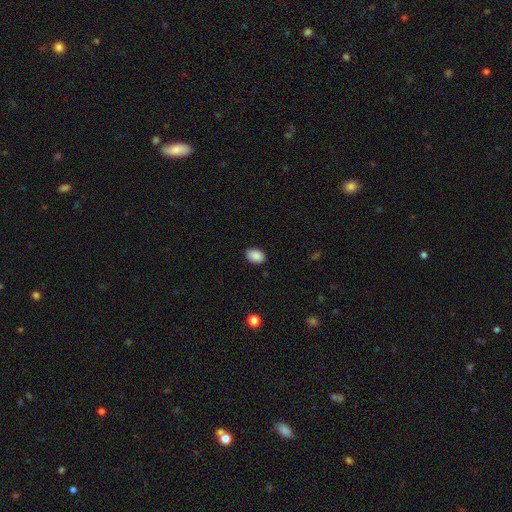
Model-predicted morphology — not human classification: Overall: smooth (89%). How rounded: in between (83%). Merging: none (87%).